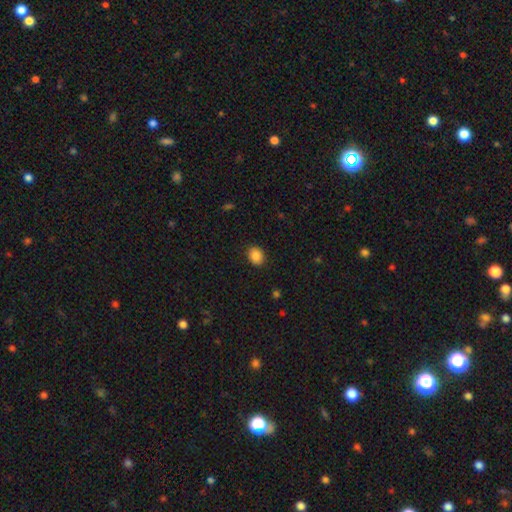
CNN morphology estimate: Smooth or featured? Predicted: smooth (p=0.88). How rounded? Predicted: round (p=0.50). Merging? Predicted: none (p=0.89).